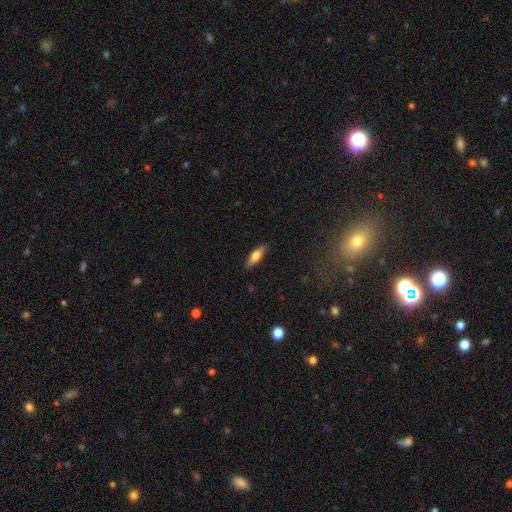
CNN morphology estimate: This appears to be a smooth galaxy with no disk features (70%) that is in between round and cigar-shaped (56%). Merging: none (86%).